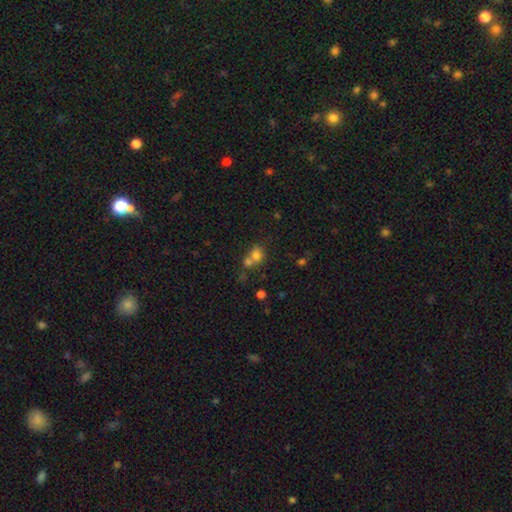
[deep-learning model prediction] Smooth or featured?
  - smooth: 72% *
  - star or artifact: 15%
  - featured or disk: 13%
How rounded?
  - round: 70% *
  - in between: 29%
  - cigar-shaped: 1%
Merging?
  - merger: 53% *
  - none: 34%
  - minor disturbance: 8%
  - major disturbance: 4%